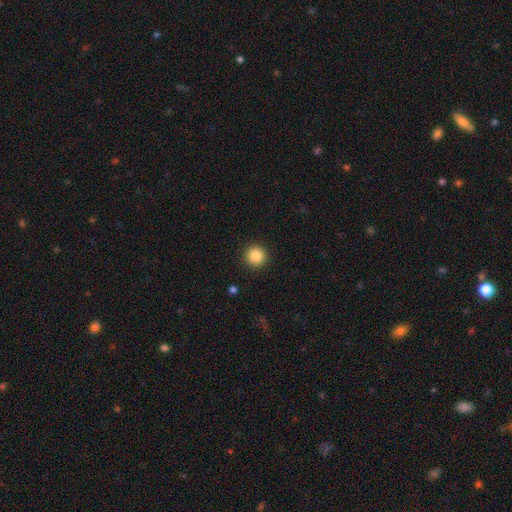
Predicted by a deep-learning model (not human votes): A smooth galaxy with no disk features (86%) that is round (95%). Merging: none (92%).